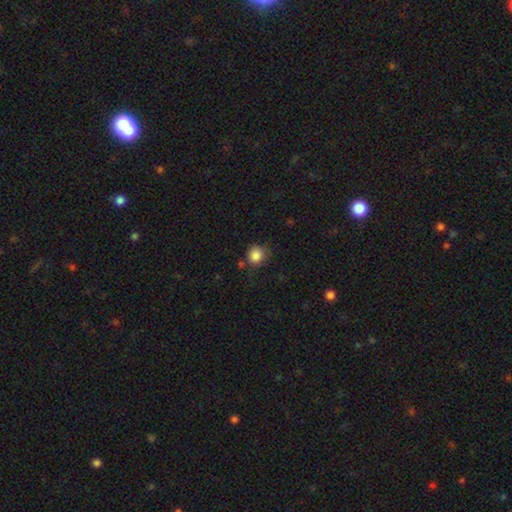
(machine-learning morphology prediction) The model was most divided on "merging": none: 73%, minor disturbance: 17%, major disturbance: 5%, merger: 4%. More confident: how rounded — round (88%); smooth or featured — smooth (86%).